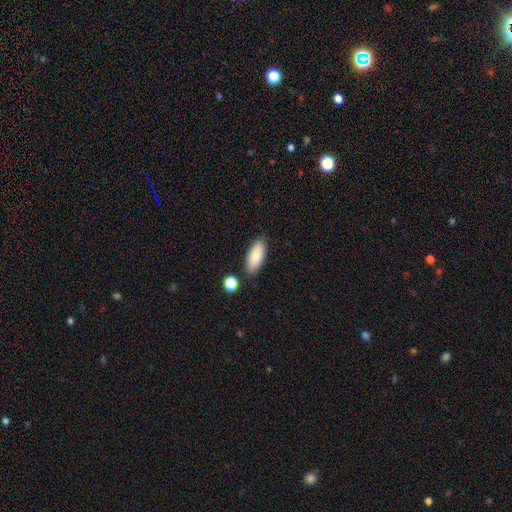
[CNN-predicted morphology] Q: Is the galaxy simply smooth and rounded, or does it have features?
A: smooth — 85%.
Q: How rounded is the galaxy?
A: in between — 84%.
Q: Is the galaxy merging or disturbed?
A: none — 83%.